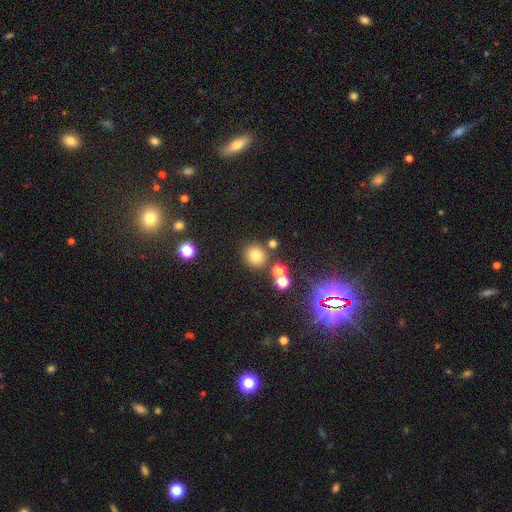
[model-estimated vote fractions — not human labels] smooth 76%, star or artifact 17%, featured or disk 7%. Down the decision tree: how rounded — round (89%); merging — none (79%).